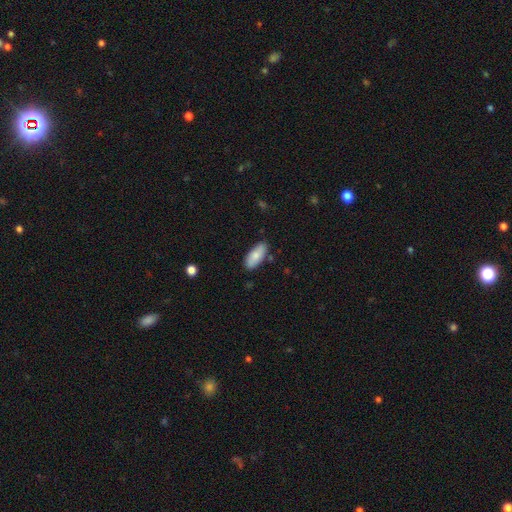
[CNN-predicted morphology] Smooth or featured? Predicted: smooth (p=0.81). How rounded? Predicted: in between (p=0.83). Merging? Predicted: none (p=0.83).